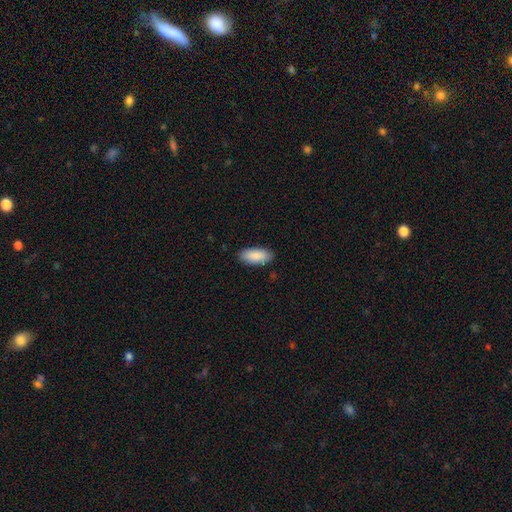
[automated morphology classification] smooth-or-featured: smooth: 90% | star or artifact: 6% | featured or disk: 5%
  how-rounded: in between: 89% | cigar-shaped: 10% | round: 2%
  merging: none: 88% | minor disturbance: 9% | major disturbance: 2% | merger: 1%